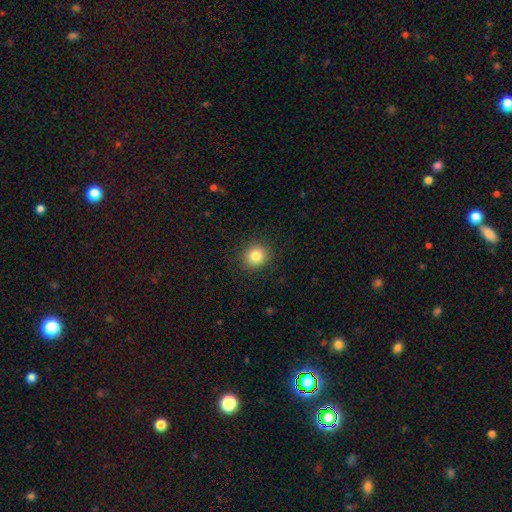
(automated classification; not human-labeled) Smooth or featured? Predicted: smooth (p=0.83). How rounded? Predicted: round (p=0.84). Merging? Predicted: none (p=0.90).